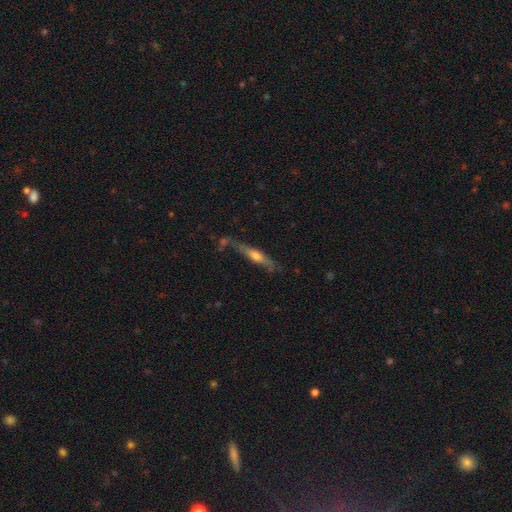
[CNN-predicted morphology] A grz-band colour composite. It shows a featured or disk galaxy (60%) viewed edge-on (91%) with a rounded central bulge (81%). Merging: none (67%).